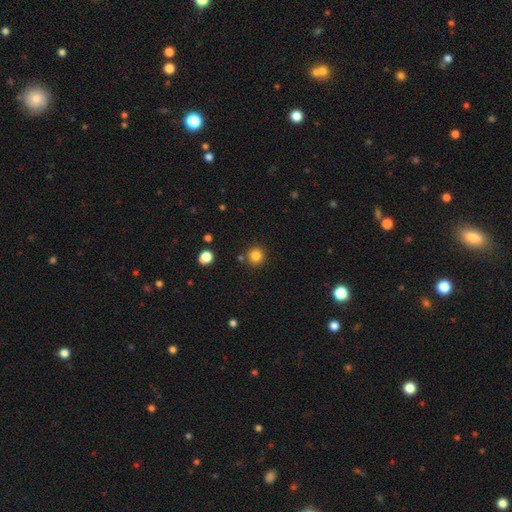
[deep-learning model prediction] A smooth galaxy with no disk features (84%) that is round (94%). Merging: none (86%).